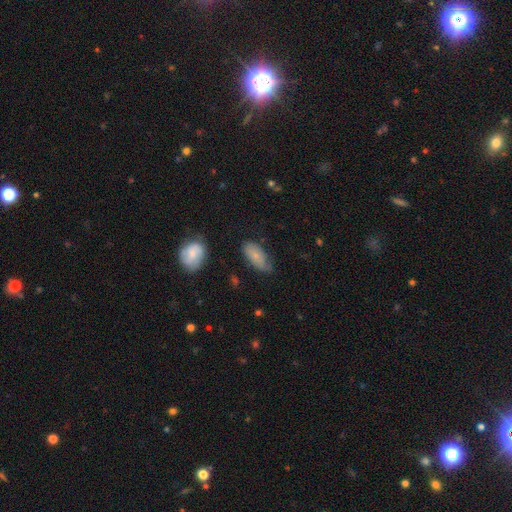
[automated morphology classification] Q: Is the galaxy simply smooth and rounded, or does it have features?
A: smooth — 67%.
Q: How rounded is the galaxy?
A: in between — 89%.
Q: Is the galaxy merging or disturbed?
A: none — 52%.